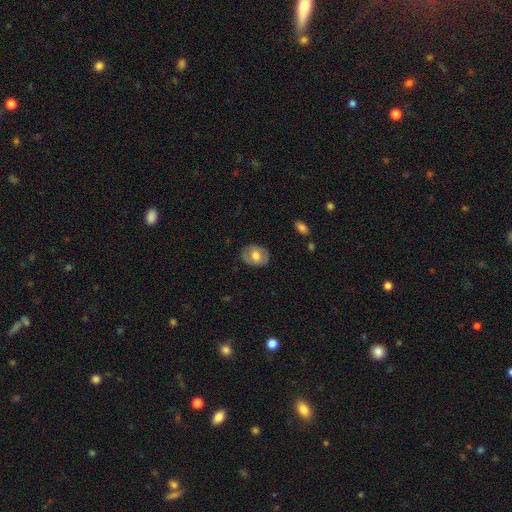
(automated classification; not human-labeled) smooth 60%, featured or disk 33%, star or artifact 7%. Down the decision tree: how rounded — in between (59%); merging — none (81%).